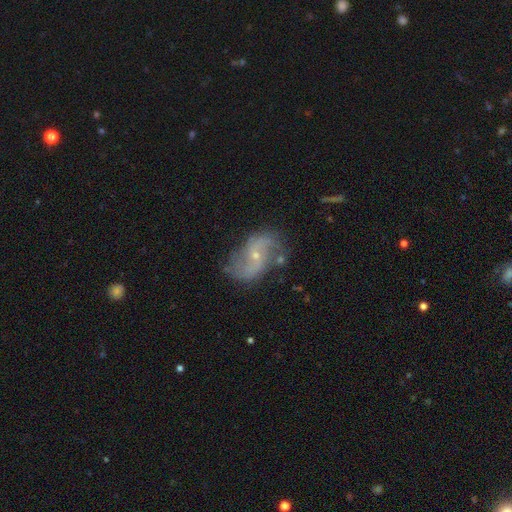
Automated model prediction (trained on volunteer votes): smooth-or-featured: featured or disk: 83% | smooth: 9% | star or artifact: 7%
  disk-edge-on: no: 97% | yes: 3%
    bar: no: 58% | weak: 33% | strong: 9%
    has-spiral-arms: yes: 93% | no: 7%
      spiral-winding: loose: 57% | medium: 33% | tight: 10%
      spiral-arm-count: 2: 88% | can't tell: 6% | 3: 2% | 1: 2% | 4: 1% | more than 4: 1%
    bulge-size: small: 75% | moderate: 20% | none: 2% | large: 1% | dominant: 1%
  merging: none: 69% | minor disturbance: 19% | major disturbance: 8% | merger: 4%